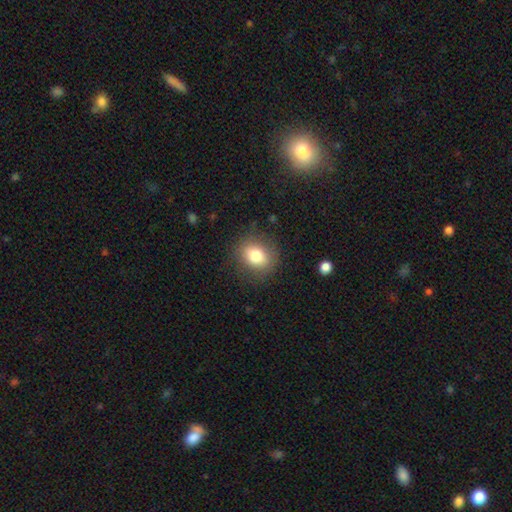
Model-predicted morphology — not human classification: Smooth or featured? smooth (80%)
How rounded? round (62%)
Merging? none (84%)